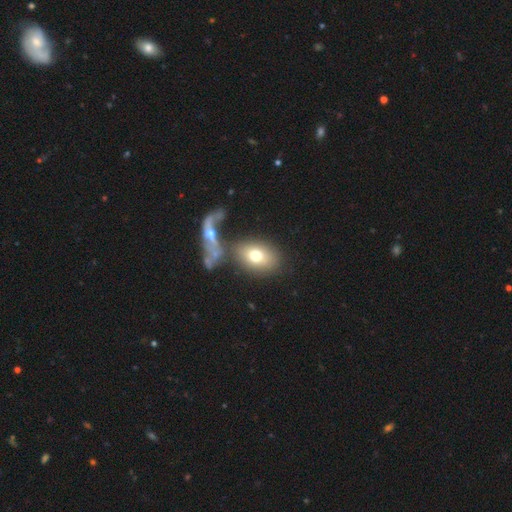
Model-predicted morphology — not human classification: A smooth galaxy with no disk features (69%) that is in between round and cigar-shaped (78%).

Vote fractions:
- Smooth or featured? smooth: 69% / featured or disk: 23% / star or artifact: 8%
- How rounded? in between: 78% / round: 19% / cigar-shaped: 2%
- Merging? none: 54% / merger: 23% / minor disturbance: 13% / major disturbance: 11%